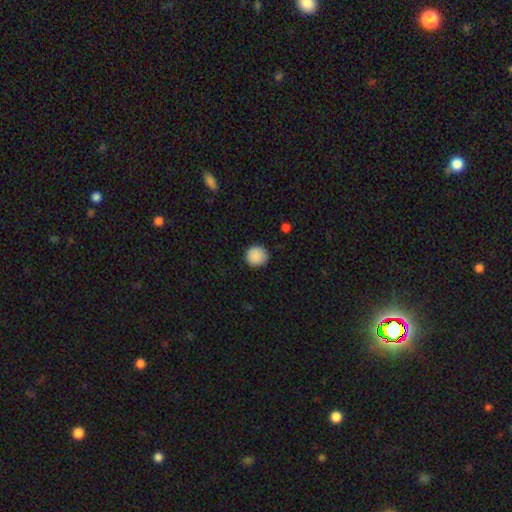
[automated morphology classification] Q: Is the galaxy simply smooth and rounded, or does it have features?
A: smooth — 90%.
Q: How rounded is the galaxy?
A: round — 95%.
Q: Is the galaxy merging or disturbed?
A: none — 91%.